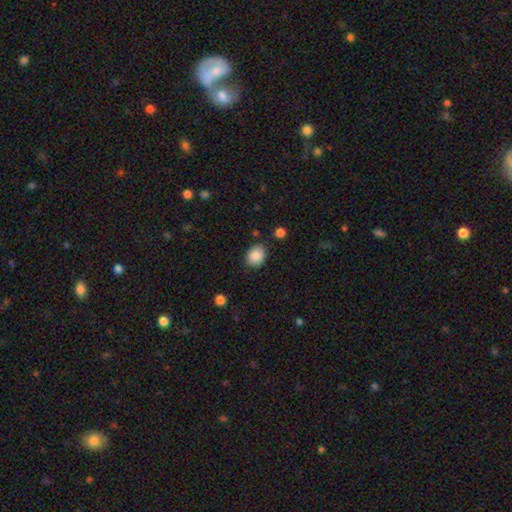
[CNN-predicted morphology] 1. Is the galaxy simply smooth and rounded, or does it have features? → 87% smooth, 8% star or artifact, 4% featured or disk.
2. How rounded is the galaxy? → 50% in between, 49% round, 1% cigar-shaped.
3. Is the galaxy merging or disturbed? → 81% none, 13% minor disturbance, 3% major disturbance, 2% merger.